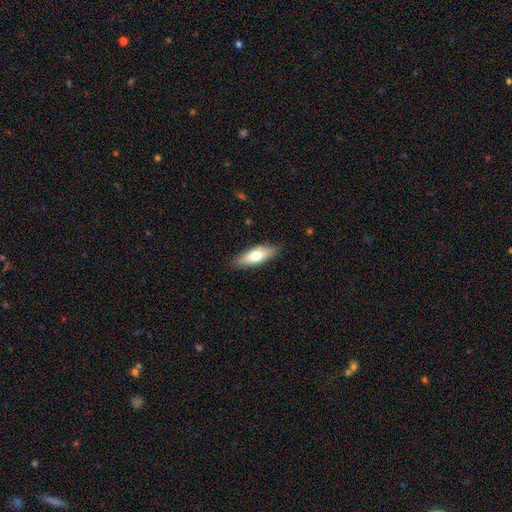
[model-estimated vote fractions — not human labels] This appears to be a smooth galaxy with no disk features (65%) that is in between round and cigar-shaped (55%). Merging: none (87%).